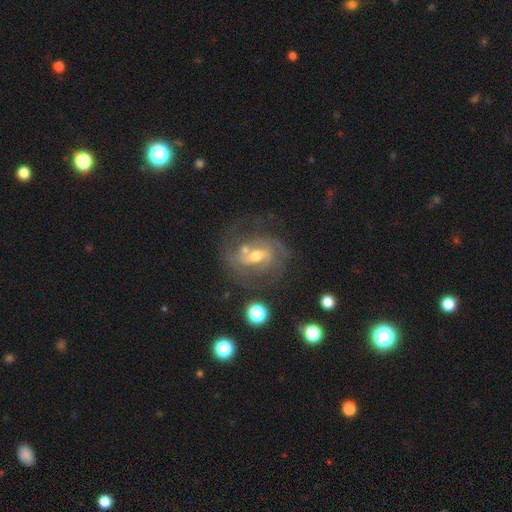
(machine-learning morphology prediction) Smooth or featured? featured or disk (83%)
Edge-on disk? no (96%)
Bar? weak (47%)
Spiral arms? yes (90%)
Spiral winding? medium (46%)
Spiral arm count? 2 (49%)
Bulge size? moderate (59%)
Merging? none (56%)